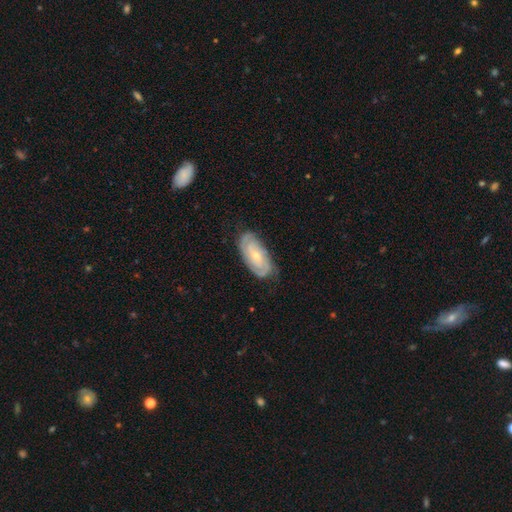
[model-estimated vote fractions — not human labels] Smooth or featured? Predicted: featured or disk (p=0.75). Edge-on disk? Predicted: no (p=0.93). Bar? Predicted: no (p=0.64). Spiral arms? Predicted: yes (p=0.92). Spiral winding? Predicted: tight (p=0.68). Spiral arm count? Predicted: 2 (p=0.38). Bulge size? Predicted: small (p=0.65). Merging? Predicted: none (p=0.76).